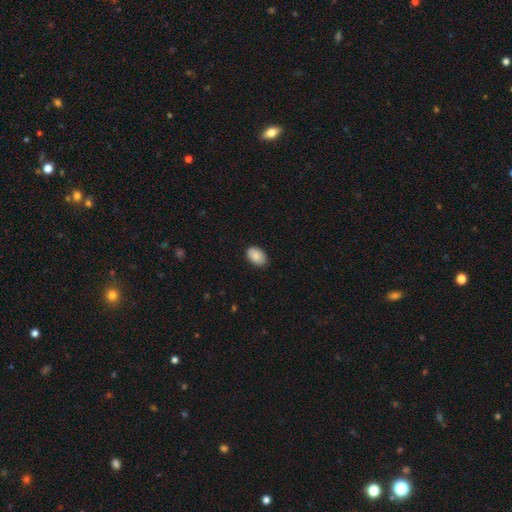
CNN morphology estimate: Smooth or featured? smooth (88%)
How rounded? in between (89%)
Merging? none (86%)